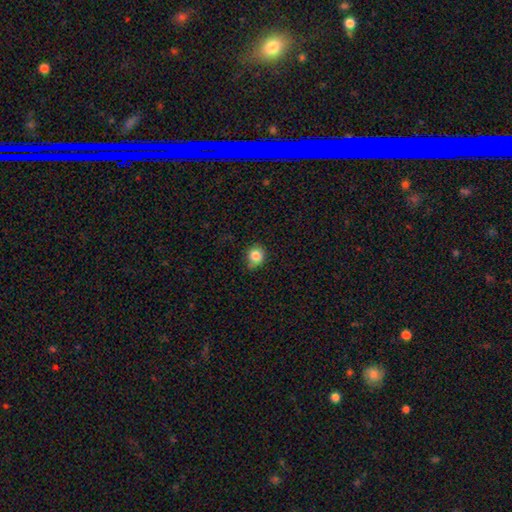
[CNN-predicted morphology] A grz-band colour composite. It shows a smooth galaxy with no disk features (85%) that is round (80%). Merging: none (65%).